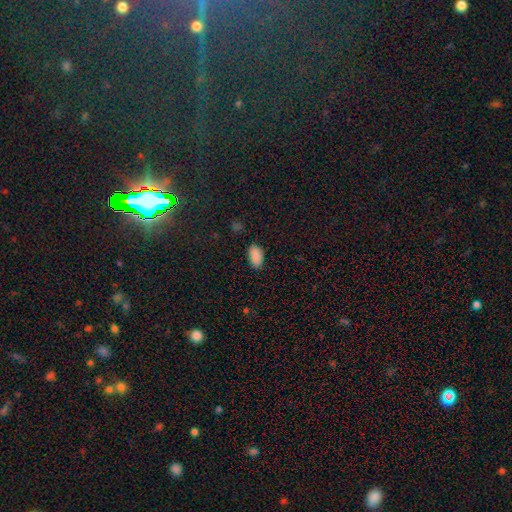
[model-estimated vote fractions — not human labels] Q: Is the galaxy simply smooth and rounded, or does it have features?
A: smooth — 87%.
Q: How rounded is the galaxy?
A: in between — 94%.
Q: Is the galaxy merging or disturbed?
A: none — 83%.